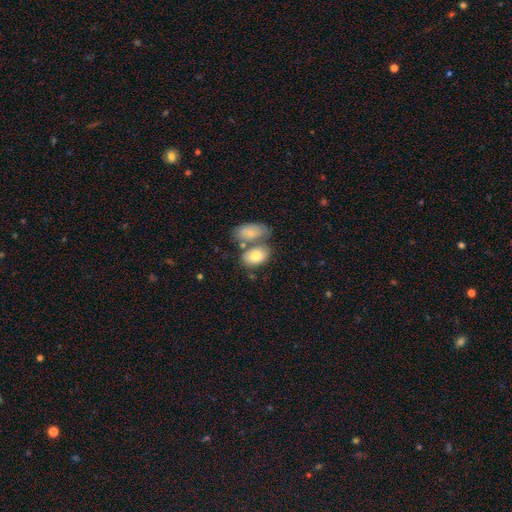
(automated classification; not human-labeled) Smooth or featured? smooth (78%)
How rounded? in between (89%)
Merging? merger (43%)